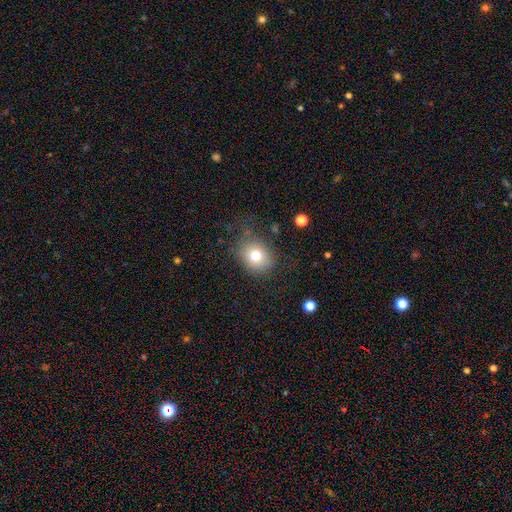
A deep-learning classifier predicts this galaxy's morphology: A smooth galaxy with no disk features (75%) that is round (58%). Merging: none (72%).